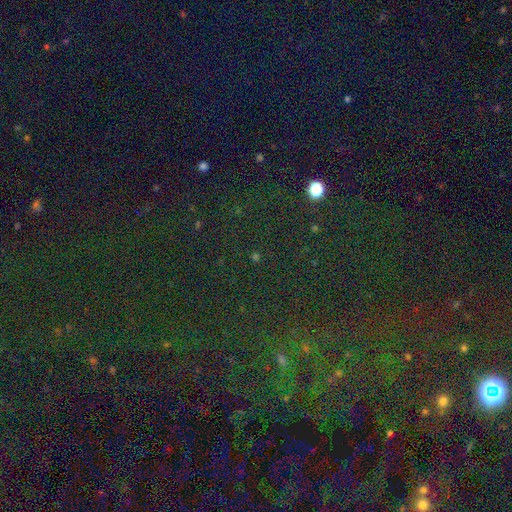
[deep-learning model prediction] Smooth or featured: star or artifact — 76% (smooth — 16%)